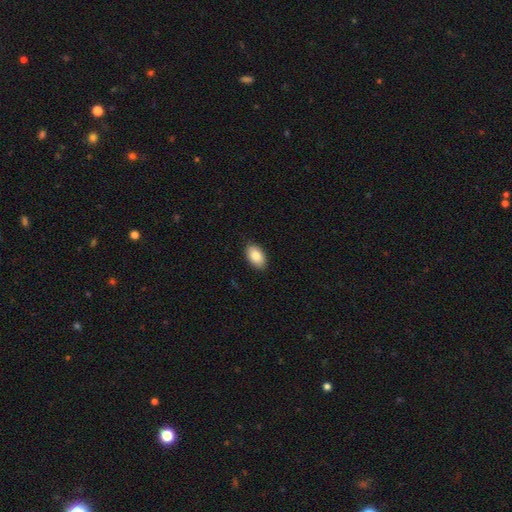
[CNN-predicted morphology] smooth_or_featured: smooth (p=0.85) [alt: featured or disk p=0.08]
how_rounded: in between (p=0.93) [alt: round p=0.05]
merging: none (p=0.89) [alt: minor disturbance p=0.08]